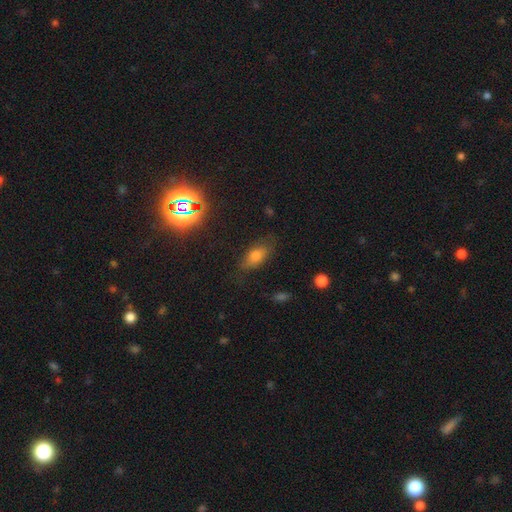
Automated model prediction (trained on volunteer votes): Smooth or featured? smooth (70%)
How rounded? in between (84%)
Merging? none (73%)